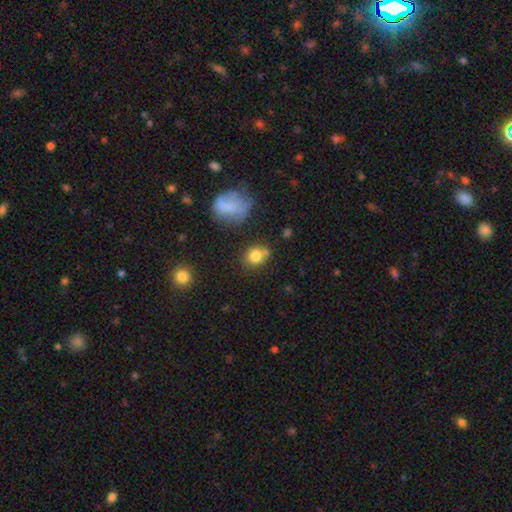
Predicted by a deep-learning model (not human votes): Smooth or featured: smooth — 80% (star or artifact — 11%)
How rounded: round — 66% (in between — 32%)
Merging: none — 63% (minor disturbance — 17%)